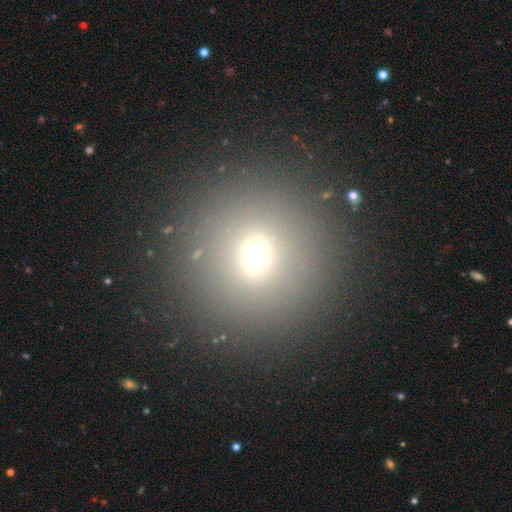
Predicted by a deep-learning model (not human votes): smooth_or_featured: smooth (p=0.60) [alt: star or artifact p=0.20]
how_rounded: round (p=0.87) [alt: in between p=0.12]
merging: none (p=0.88) [alt: minor disturbance p=0.07]